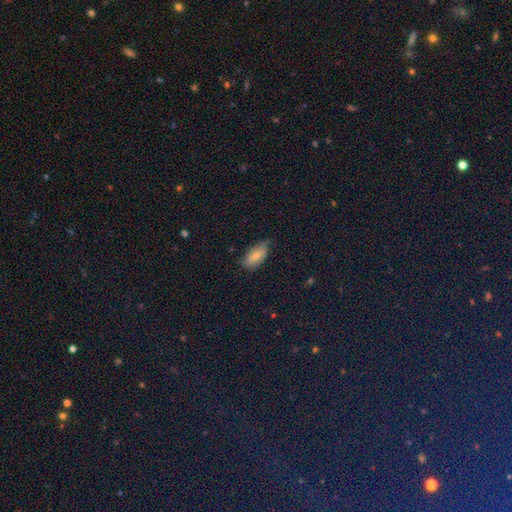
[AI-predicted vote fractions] Smooth or featured? smooth (73%)
How rounded? in between (91%)
Merging? none (63%)